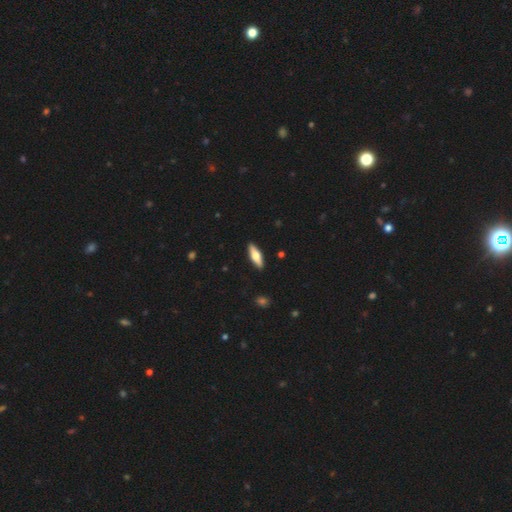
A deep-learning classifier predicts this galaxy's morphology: A smooth galaxy with no disk features (54%) that is cigar-shaped (50%).

Vote fractions:
- Smooth or featured? smooth: 54% / featured or disk: 41% / star or artifact: 5%
- How rounded? cigar-shaped: 50% / in between: 47% / round: 3%
- Merging? none: 90% / minor disturbance: 7% / major disturbance: 1% / merger: 1%